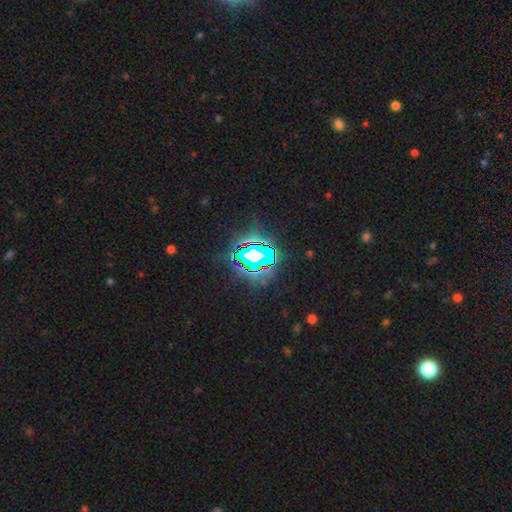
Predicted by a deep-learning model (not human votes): Smooth or featured? Predicted: star or artifact (p=0.75).